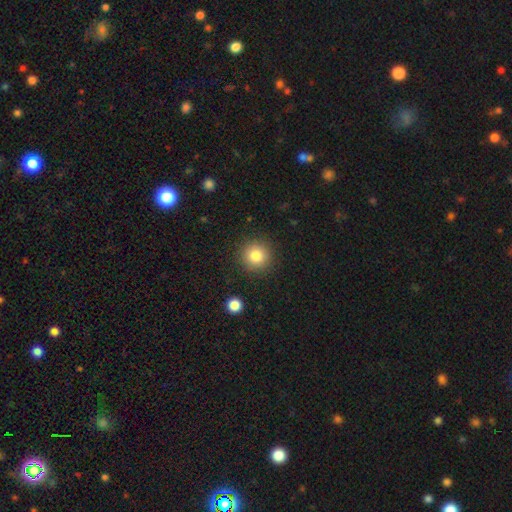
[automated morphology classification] smooth-or-featured: smooth: 81% | star or artifact: 11% | featured or disk: 8%
  how-rounded: round: 94% | in between: 5% | cigar-shaped: 1%
  merging: none: 90% | minor disturbance: 6% | major disturbance: 2% | merger: 2%